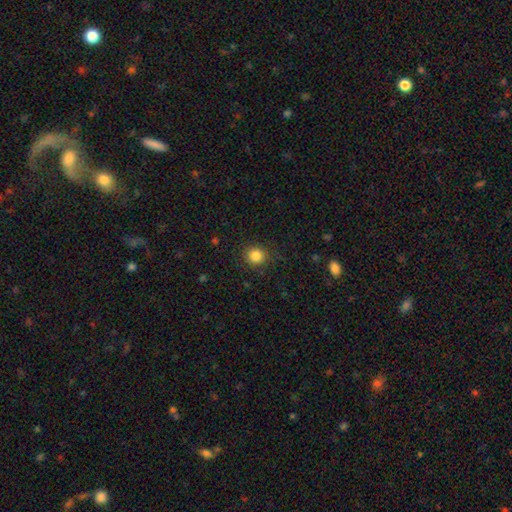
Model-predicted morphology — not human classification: smooth 85%, star or artifact 11%, featured or disk 5%. Down the decision tree: how rounded — round (89%); merging — none (87%).